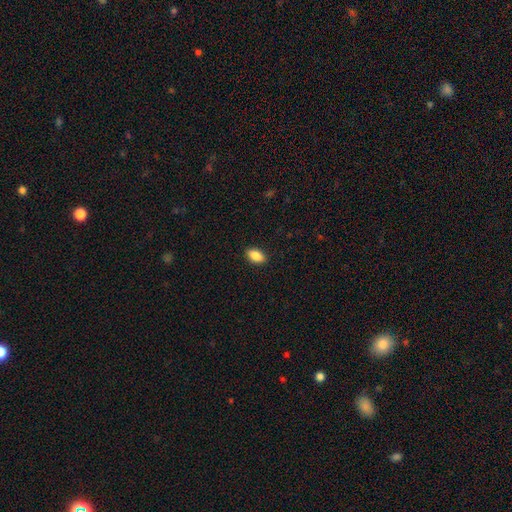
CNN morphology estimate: smooth 88%, star or artifact 7%, featured or disk 5%. Down the decision tree: how rounded — in between (91%); merging — none (90%).